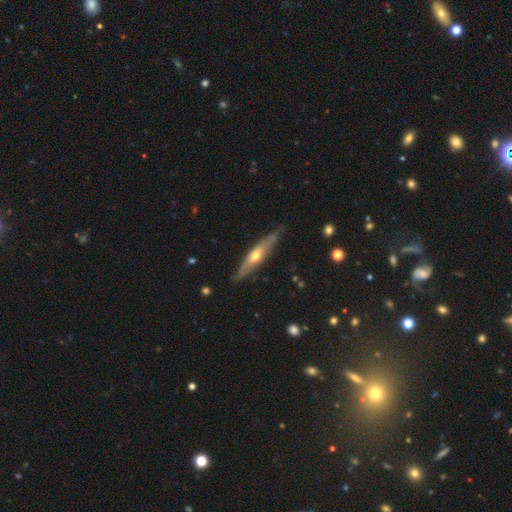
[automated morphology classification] Q: Smooth or featured?
A: featured or disk (61%); runner-up: smooth (34%)
Q: Edge-on disk?
A: yes (82%); runner-up: no (18%)
Q: Edge-on bulge?
A: rounded (85%); runner-up: none (12%)
Q: Merging?
A: none (79%); runner-up: minor disturbance (16%)